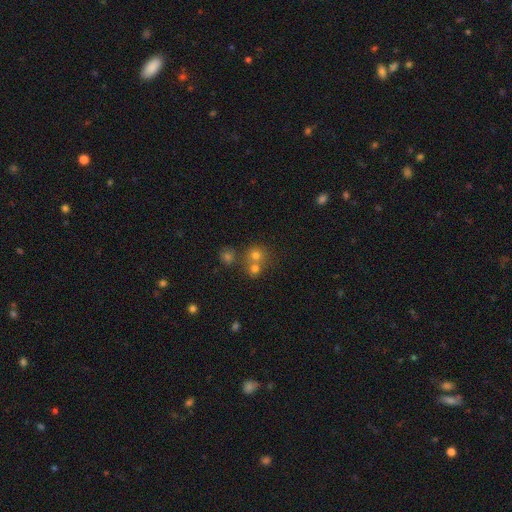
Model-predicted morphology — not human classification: Smooth or featured? Predicted: smooth (p=0.66). How rounded? Predicted: round (p=0.87). Merging? Predicted: none (p=0.51).